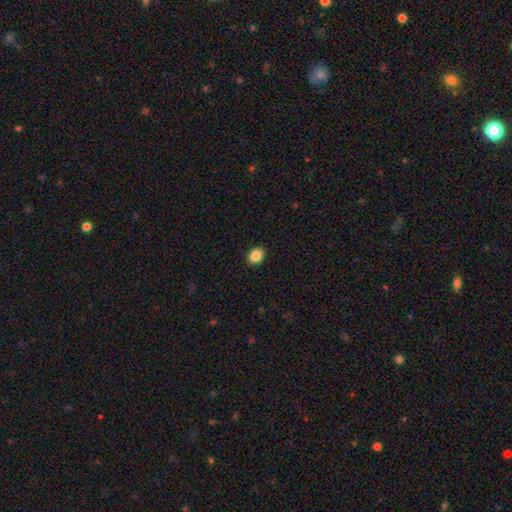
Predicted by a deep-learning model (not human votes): A smooth galaxy with no disk features (87%) that is in between round and cigar-shaped (61%). Merging: none (91%).